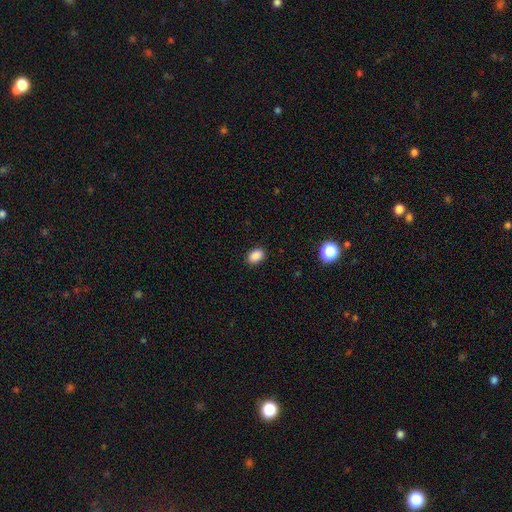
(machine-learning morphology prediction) smooth_or_featured: smooth (p=0.88) [alt: star or artifact p=0.09]
how_rounded: in between (p=0.81) [alt: round p=0.18]
merging: none (p=0.88) [alt: minor disturbance p=0.08]